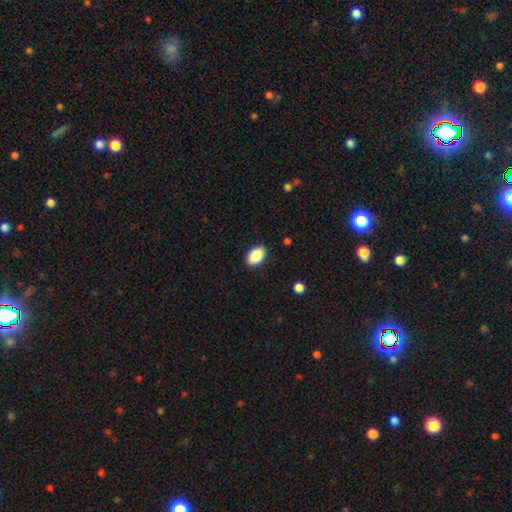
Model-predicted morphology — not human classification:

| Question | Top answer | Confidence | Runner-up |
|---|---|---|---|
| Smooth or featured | smooth | 88% | star or artifact (7%) |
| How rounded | in between | 91% | round (7%) |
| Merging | none | 88% | minor disturbance (9%) |